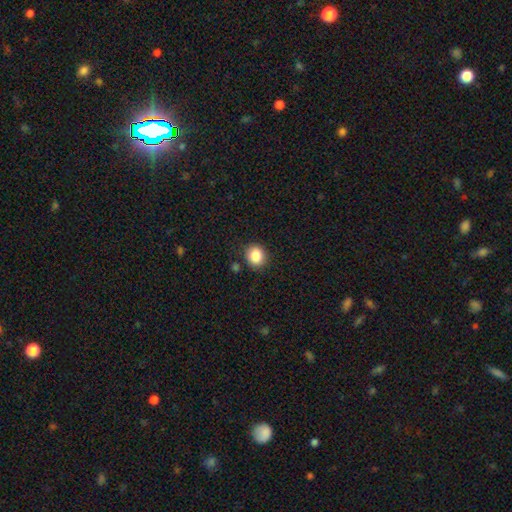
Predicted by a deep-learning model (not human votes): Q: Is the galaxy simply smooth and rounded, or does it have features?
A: smooth — 86%.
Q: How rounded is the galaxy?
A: round — 78%.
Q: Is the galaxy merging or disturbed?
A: none — 86%.